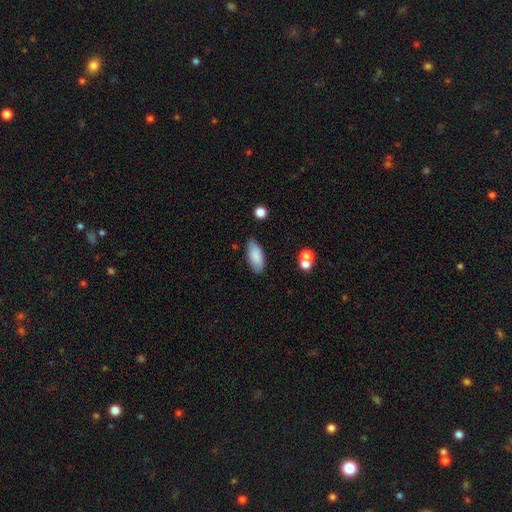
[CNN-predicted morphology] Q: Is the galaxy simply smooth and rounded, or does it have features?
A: smooth — 85%.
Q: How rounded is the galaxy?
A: in between — 83%.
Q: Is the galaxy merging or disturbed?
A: none — 80%.